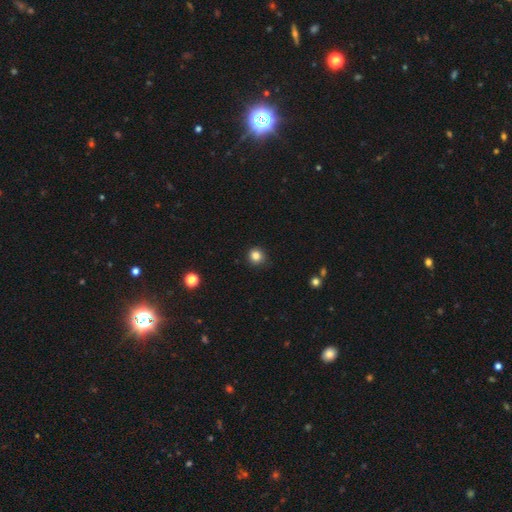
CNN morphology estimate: Smooth or featured?
  - smooth: 84% *
  - star or artifact: 12%
  - featured or disk: 4%
How rounded?
  - round: 92% *
  - in between: 7%
  - cigar-shaped: 1%
Merging?
  - none: 88% *
  - minor disturbance: 9%
  - major disturbance: 2%
  - merger: 1%